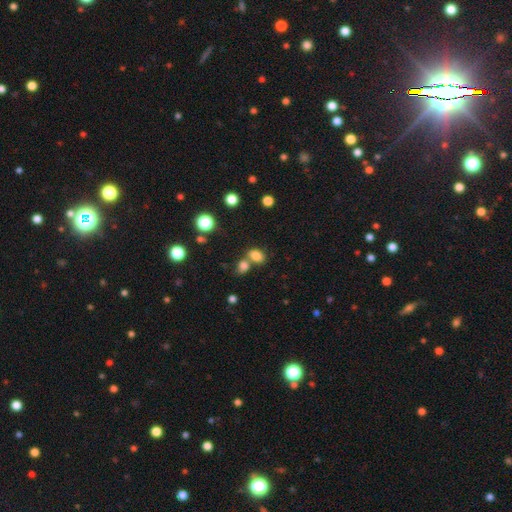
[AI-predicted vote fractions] The model was most divided on "merging": none: 47%, merger: 38%, minor disturbance: 11%, major disturbance: 4%. More confident: smooth or featured — smooth (80%); how rounded — in between (69%).